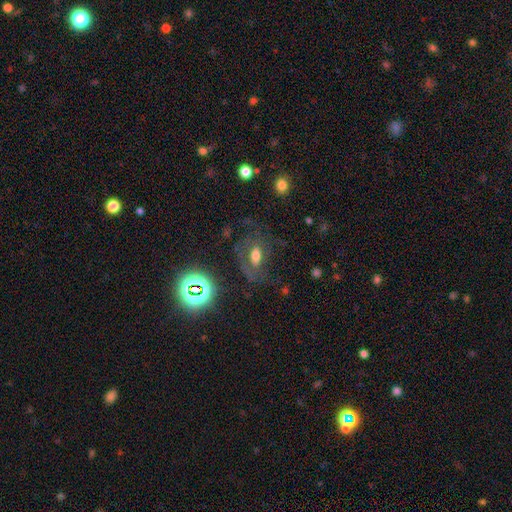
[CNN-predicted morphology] Overall: featured or disk (40%; smooth 38%). Merging: none (55%; major disturbance 23%).